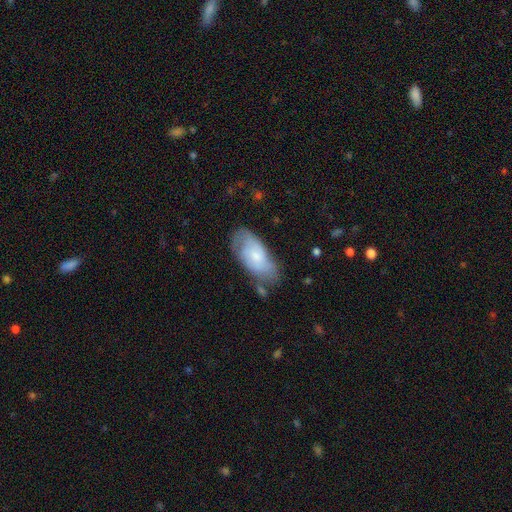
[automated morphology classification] type=smooth (49%); merging=none (60%).